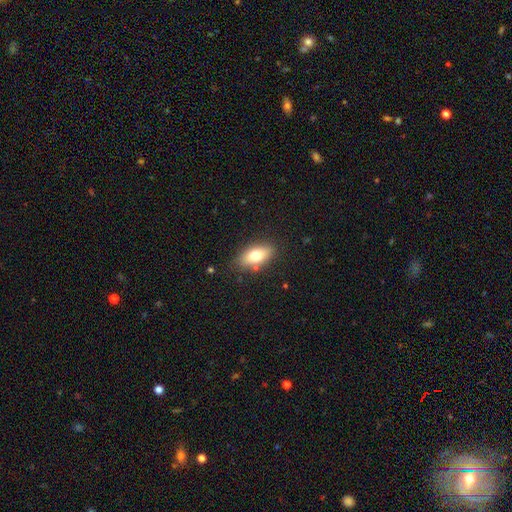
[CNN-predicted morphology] A smooth galaxy with no disk features (72%) that is in between round and cigar-shaped (86%). Merging: none (82%).